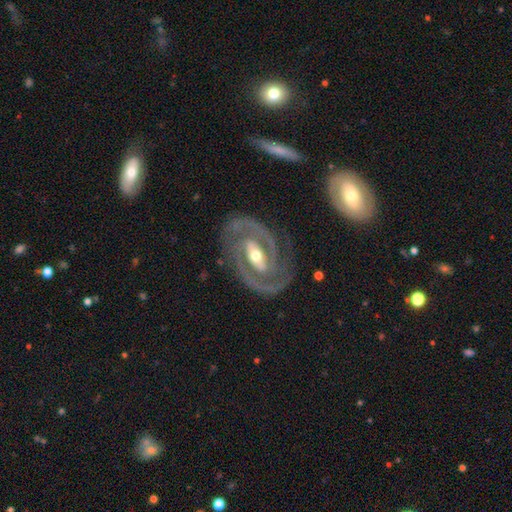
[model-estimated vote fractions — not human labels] Q: Smooth or featured?
A: featured or disk (88%); runner-up: star or artifact (7%)
Q: Edge-on disk?
A: no (96%); runner-up: yes (4%)
Q: Bar?
A: strong (42%); runner-up: weak (39%)
Q: Spiral arms?
A: yes (95%); runner-up: no (5%)
Q: Spiral winding?
A: tight (53%); runner-up: medium (39%)
Q: Spiral arm count?
A: 2 (86%); runner-up: can't tell (5%)
Q: Bulge size?
A: moderate (63%); runner-up: small (30%)
Q: Merging?
A: none (80%); runner-up: minor disturbance (12%)